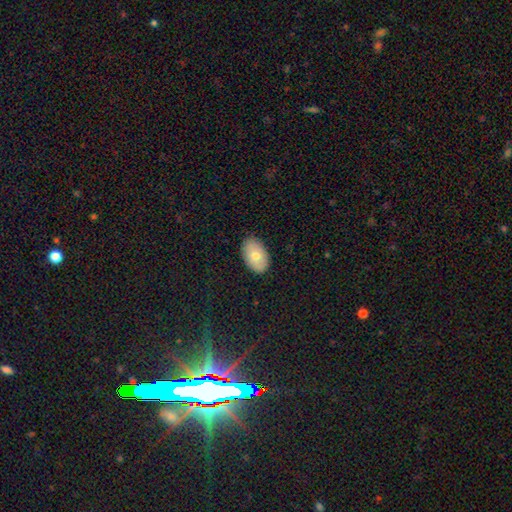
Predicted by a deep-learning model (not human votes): Smooth or featured?
  - smooth: 72% *
  - featured or disk: 21%
  - star or artifact: 7%
How rounded?
  - in between: 90% *
  - round: 9%
  - cigar-shaped: 1%
Merging?
  - none: 87% *
  - minor disturbance: 10%
  - major disturbance: 2%
  - merger: 1%